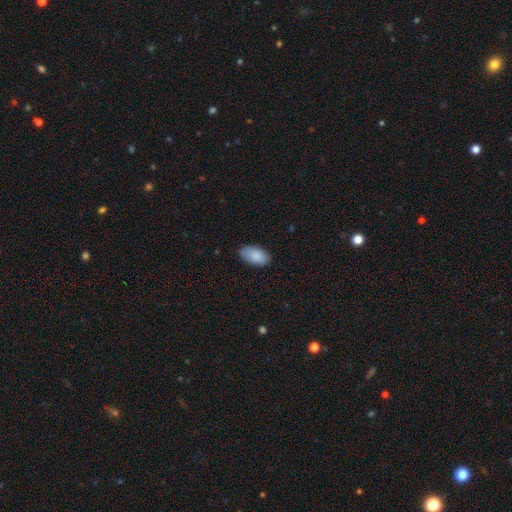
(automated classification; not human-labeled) smooth_or_featured: smooth (p=0.88) [alt: featured or disk p=0.06]
how_rounded: in between (p=0.95) [alt: round p=0.03]
merging: none (p=0.85) [alt: minor disturbance p=0.12]